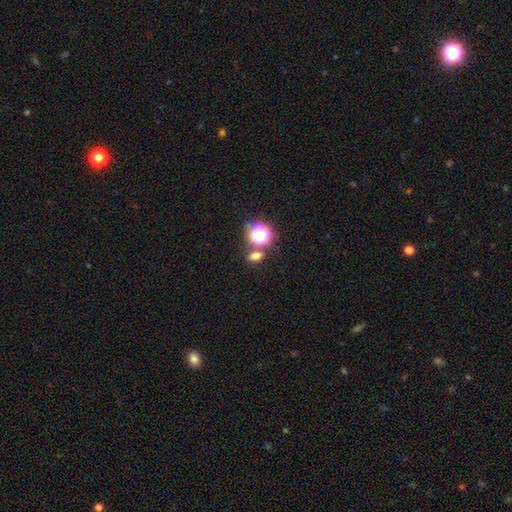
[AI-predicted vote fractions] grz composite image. It shows a smooth galaxy with no disk features (62%) that is in between round and cigar-shaped (56%). Merging: none (71%).